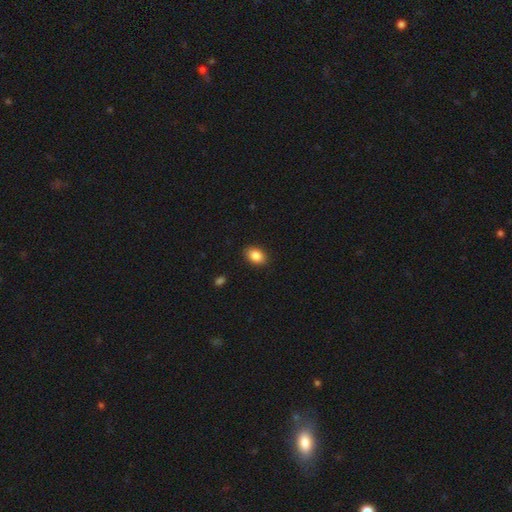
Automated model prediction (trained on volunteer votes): The model was most divided on "how rounded": in between: 79%, round: 20%, cigar-shaped: 1%. More confident: merging — none (90%); smooth or featured — smooth (87%).